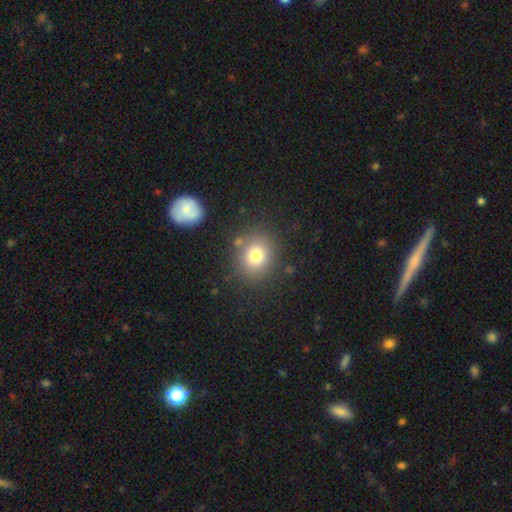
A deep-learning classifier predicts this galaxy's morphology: Smooth or featured: smooth — 77% (star or artifact — 13%)
How rounded: round — 73% (in between — 27%)
Merging: none — 81% (minor disturbance — 10%)